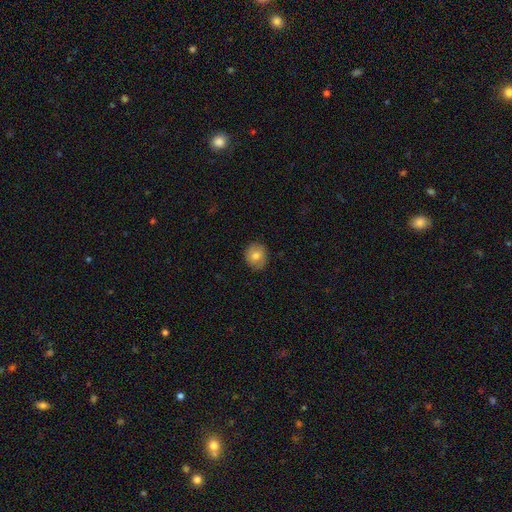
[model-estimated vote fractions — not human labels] smooth 74%, featured or disk 17%, star or artifact 9%. Down the decision tree: how rounded — round (76%); merging — none (86%).